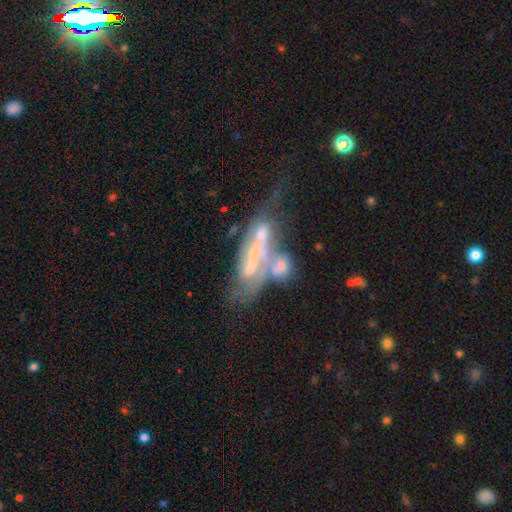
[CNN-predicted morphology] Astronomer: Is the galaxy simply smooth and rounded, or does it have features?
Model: featured or disk — 66%.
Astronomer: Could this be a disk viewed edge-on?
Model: no — 79%.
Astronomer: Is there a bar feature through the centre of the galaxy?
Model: no — 58%.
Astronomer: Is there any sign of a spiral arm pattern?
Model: no — 65%.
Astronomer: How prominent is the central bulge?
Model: none — 42% (runner-up: small, 30%).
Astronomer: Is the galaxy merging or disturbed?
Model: merger — 47% (runner-up: major disturbance, 25%).